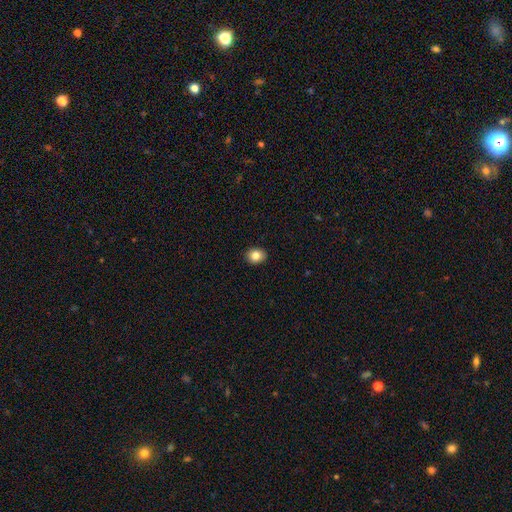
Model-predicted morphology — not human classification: smooth_or_featured: smooth (p=0.84) [alt: star or artifact p=0.09]
how_rounded: round (p=0.53) [alt: in between p=0.46]
merging: none (p=0.91) [alt: minor disturbance p=0.06]